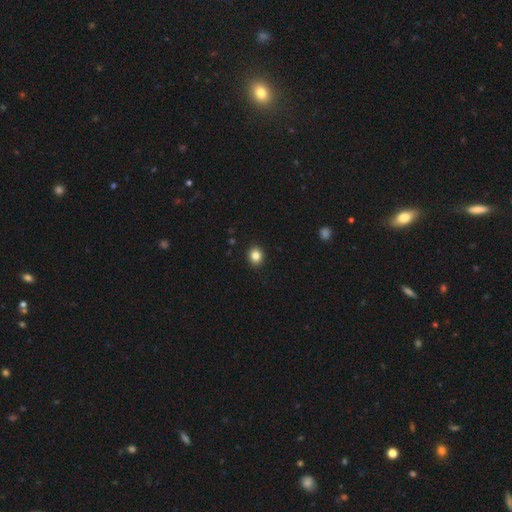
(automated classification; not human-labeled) Smooth or featured: smooth — 84% (star or artifact — 10%)
How rounded: round — 68% (in between — 31%)
Merging: none — 92% (minor disturbance — 6%)